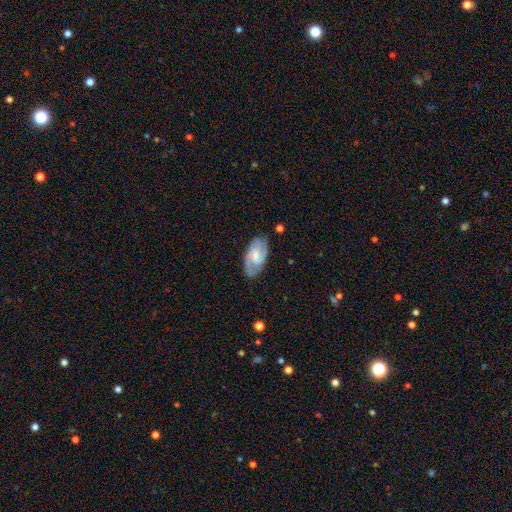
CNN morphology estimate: smooth-or-featured: featured or disk: 71% | smooth: 23% | star or artifact: 6%
  disk-edge-on: no: 96% | yes: 4%
    bar: weak: 46% (tied) | no: 46% (tied) | strong: 9%
    has-spiral-arms: yes: 93% | no: 7%
      spiral-winding: medium: 47% | tight: 37% | loose: 16%
      spiral-arm-count: 2: 41% | 3: 26% | can't tell: 20% | 4: 6% | 1: 4% | more than 4: 3%
    bulge-size: small: 41% | moderate: 39% | none: 13% | large: 6% | dominant: 1%
  merging: none: 77% | minor disturbance: 17% | major disturbance: 5% | merger: 1%